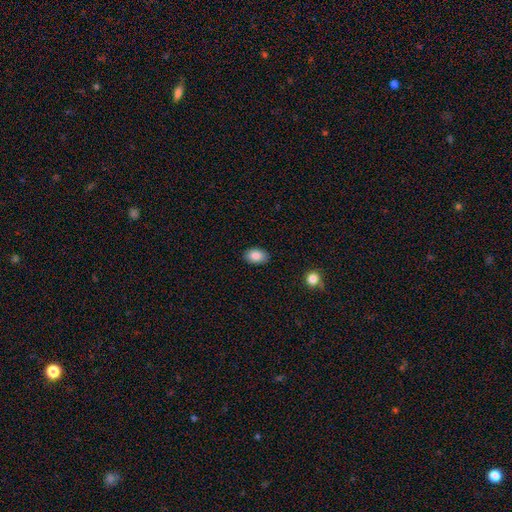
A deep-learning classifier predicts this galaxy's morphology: type=smooth (87%); roundness=in between (88%); merging=none (87%).